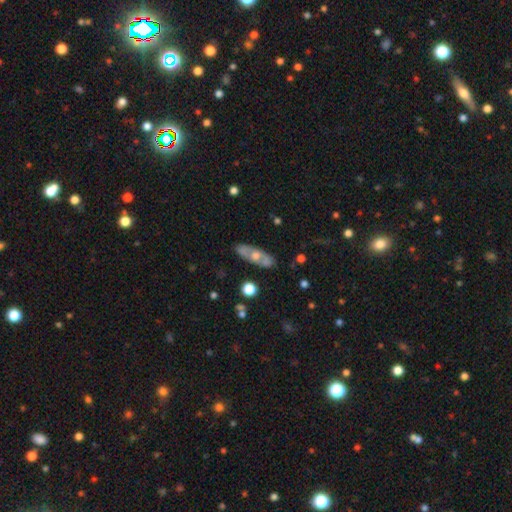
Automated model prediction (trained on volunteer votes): smooth_or_featured: featured or disk (p=0.53) [alt: smooth p=0.40]
disk_edge_on: no (p=0.71) [alt: yes p=0.29]
merging: none (p=0.81) [alt: minor disturbance p=0.13]